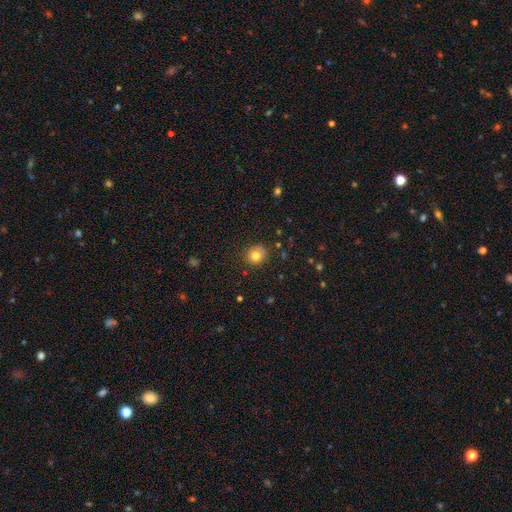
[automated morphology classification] Overall: smooth (79%). How rounded: round (81%). Merging: none (82%).